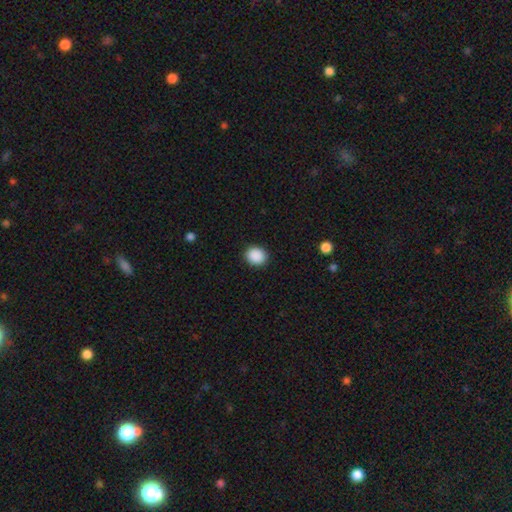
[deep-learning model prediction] Overall: smooth (90%). How rounded: round (72%). Merging: none (91%).